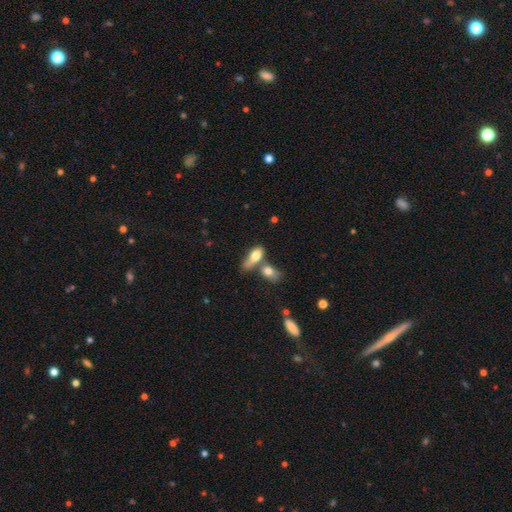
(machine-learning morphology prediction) Q: Smooth or featured?
A: smooth (72%); runner-up: featured or disk (20%)
Q: How rounded?
A: in between (79%); runner-up: cigar-shaped (15%)
Q: Merging?
A: merger (54%); runner-up: none (23%)